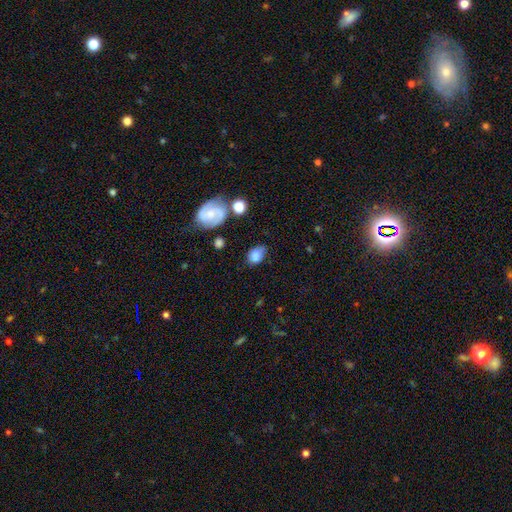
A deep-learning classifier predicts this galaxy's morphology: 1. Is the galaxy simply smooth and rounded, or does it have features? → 75% smooth, 16% featured or disk, 9% star or artifact.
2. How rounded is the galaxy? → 73% in between, 26% round, 1% cigar-shaped.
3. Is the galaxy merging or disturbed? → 58% none, 29% minor disturbance, 9% major disturbance, 4% merger.